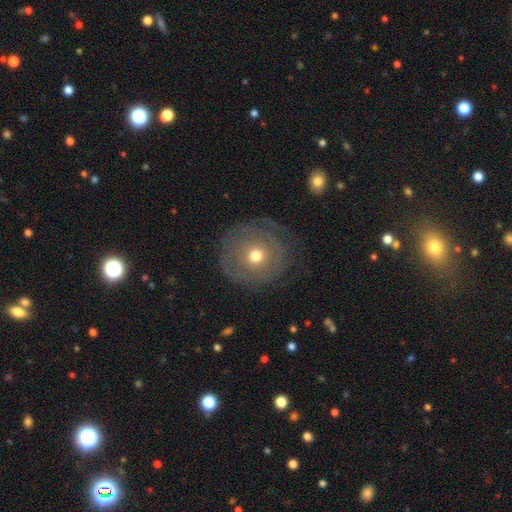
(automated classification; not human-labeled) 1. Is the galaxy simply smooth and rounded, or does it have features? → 48% featured or disk, 43% smooth, 9% star or artifact.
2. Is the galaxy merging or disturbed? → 73% none, 15% minor disturbance, 10% major disturbance, 1% merger.